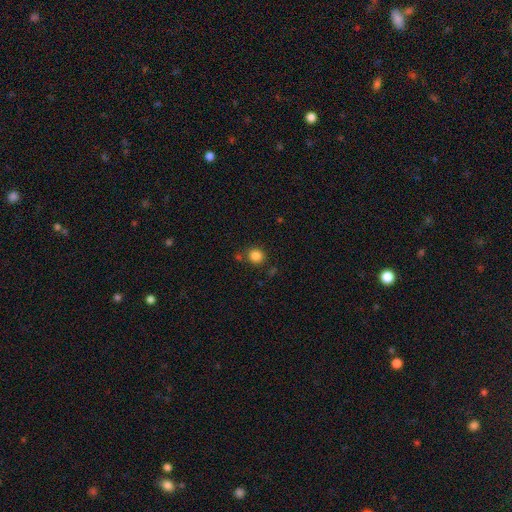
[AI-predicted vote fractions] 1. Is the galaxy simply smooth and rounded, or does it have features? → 85% smooth, 11% star or artifact, 4% featured or disk.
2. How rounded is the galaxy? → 85% round, 14% in between, 1% cigar-shaped.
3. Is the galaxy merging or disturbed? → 79% none, 10% minor disturbance, 7% merger, 4% major disturbance.